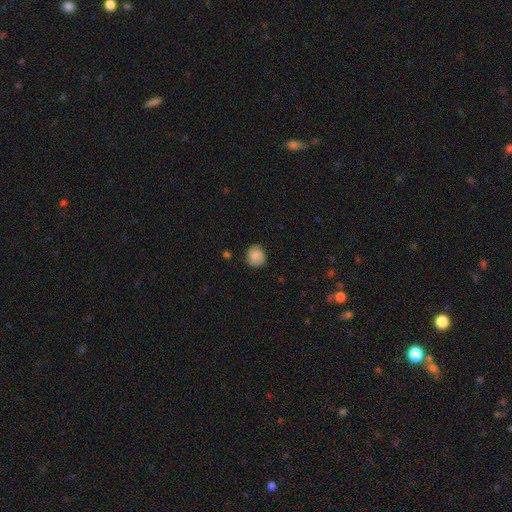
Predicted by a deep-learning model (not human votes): A smooth galaxy with no disk features (70%) that is round (82%). Merging: none (81%).